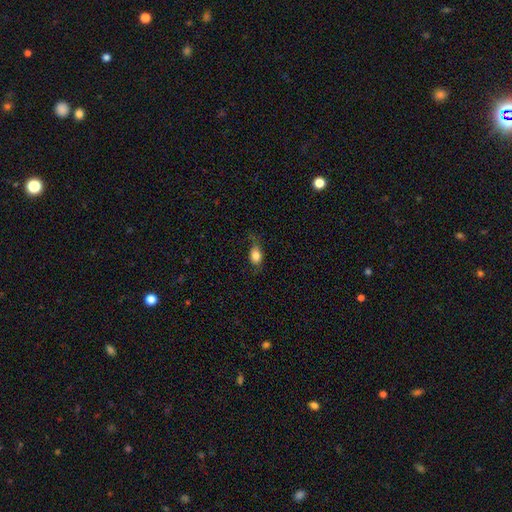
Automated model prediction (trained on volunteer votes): smooth_or_featured: smooth (p=0.81) [alt: featured or disk p=0.11]
how_rounded: in between (p=0.79) [alt: round p=0.18]
merging: none (p=0.60) [alt: minor disturbance p=0.26]